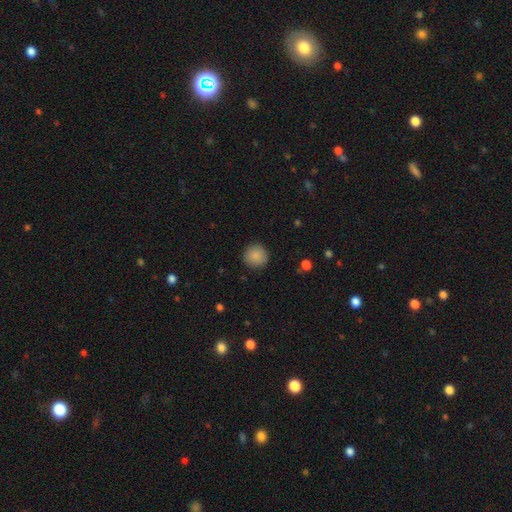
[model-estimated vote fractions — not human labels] smooth_or_featured: smooth (p=0.87) [alt: star or artifact p=0.08]
how_rounded: round (p=0.94) [alt: in between p=0.05]
merging: none (p=0.90) [alt: minor disturbance p=0.07]